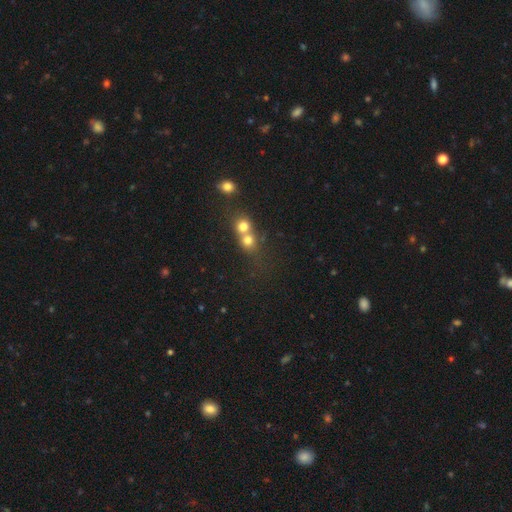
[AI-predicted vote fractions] Q: Smooth or featured?
A: smooth (46%); runner-up: star or artifact (37%)
Q: Merging?
A: none (42%); runner-up: merger (38%)